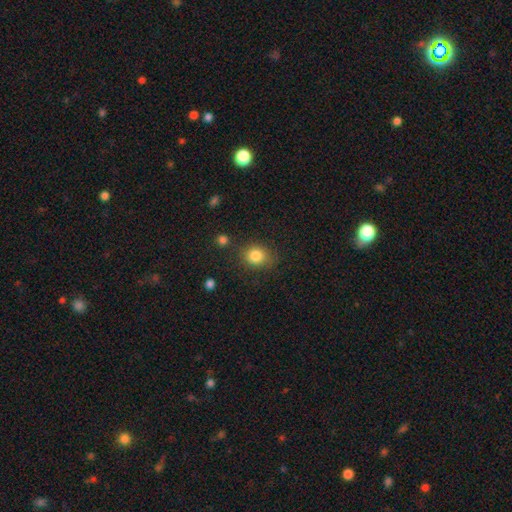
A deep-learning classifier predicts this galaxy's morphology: type=smooth (84%); roundness=round (69%); merging=none (78%).